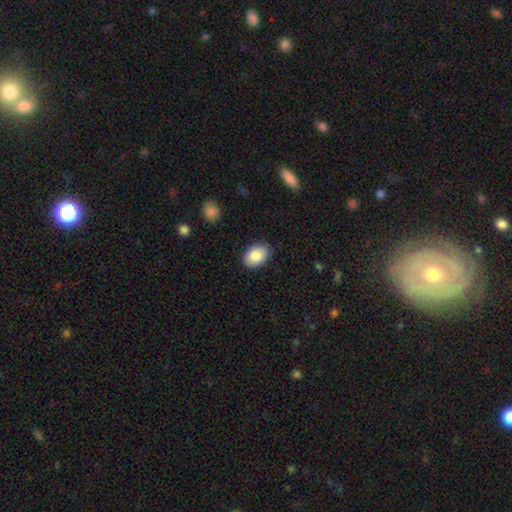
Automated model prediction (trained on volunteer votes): Smooth or featured?
  - smooth: 87% *
  - star or artifact: 7%
  - featured or disk: 6%
How rounded?
  - in between: 82% *
  - round: 17%
  - cigar-shaped: 1%
Merging?
  - none: 87% *
  - minor disturbance: 10%
  - major disturbance: 2%
  - merger: 1%